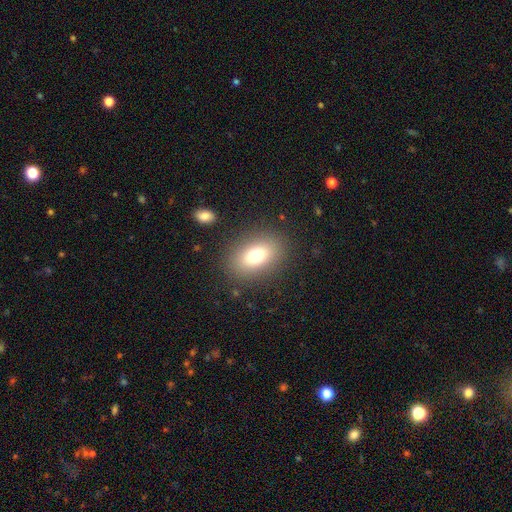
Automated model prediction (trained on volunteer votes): Smooth or featured: smooth — 75% (featured or disk — 14%)
How rounded: in between — 80% (round — 18%)
Merging: none — 85% (minor disturbance — 9%)